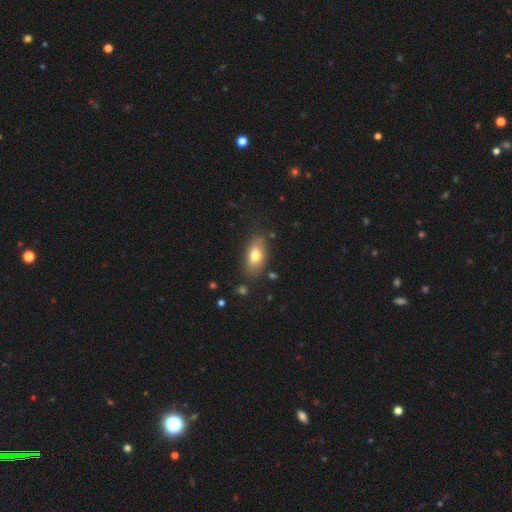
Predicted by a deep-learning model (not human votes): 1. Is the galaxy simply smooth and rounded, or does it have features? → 74% smooth, 18% featured or disk, 8% star or artifact.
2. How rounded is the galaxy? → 89% in between, 6% round, 5% cigar-shaped.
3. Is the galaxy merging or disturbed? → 81% none, 13% minor disturbance, 3% major disturbance, 2% merger.